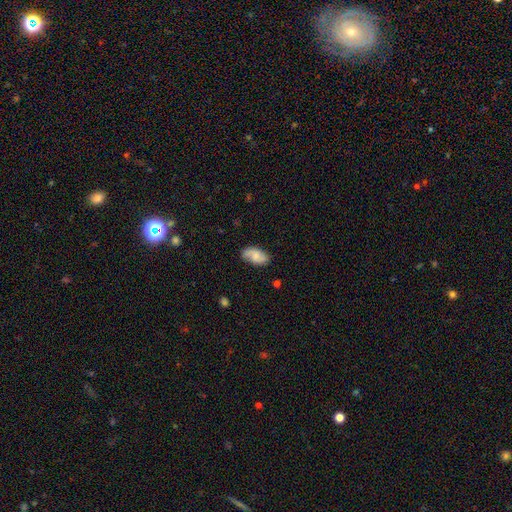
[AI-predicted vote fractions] Smooth or featured? Predicted: smooth (p=0.54). How rounded? Predicted: in between (p=0.93). Merging? Predicted: none (p=0.72).